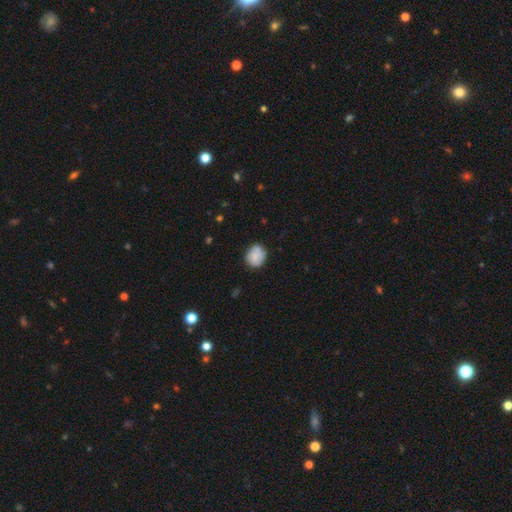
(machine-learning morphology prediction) Smooth or featured? Predicted: smooth (p=0.77). How rounded? Predicted: round (p=0.71). Merging? Predicted: none (p=0.71).